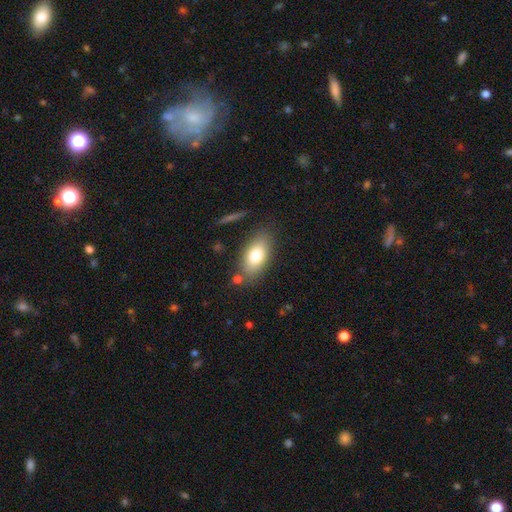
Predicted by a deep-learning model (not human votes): Morphology: type=smooth (76%); roundness=in between (88%); merging=none (78%).